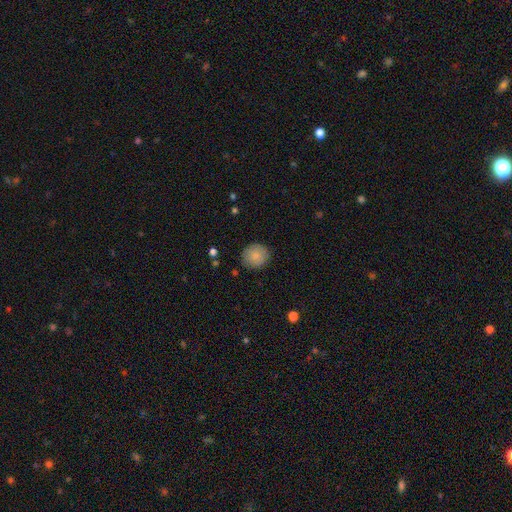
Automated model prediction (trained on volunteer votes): smooth-or-featured: smooth: 84% | featured or disk: 9% | star or artifact: 8%
  how-rounded: round: 90% | in between: 9% | cigar-shaped: 1%
  merging: none: 86% | minor disturbance: 10% | major disturbance: 2% | merger: 1%